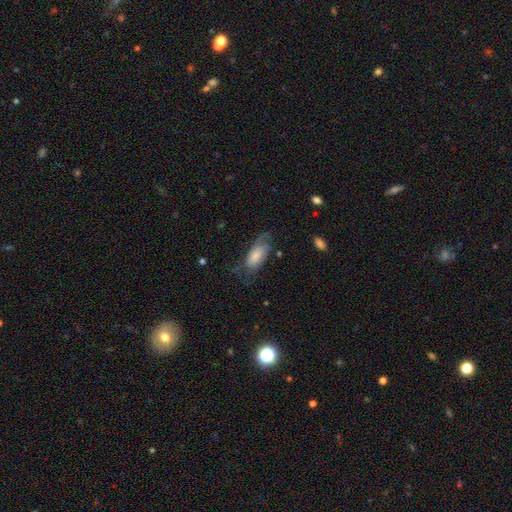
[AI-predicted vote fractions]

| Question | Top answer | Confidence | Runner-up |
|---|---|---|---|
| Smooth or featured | featured or disk | 49% | smooth (44%) |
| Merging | none | 47% | minor disturbance (26%) |